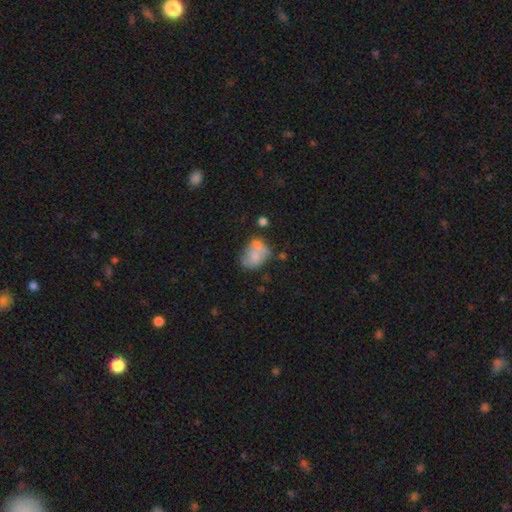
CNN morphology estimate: Smooth or featured?
  - smooth: 65% *
  - featured or disk: 26%
  - star or artifact: 10%
How rounded?
  - in between: 72% *
  - round: 26%
  - cigar-shaped: 1%
Merging?
  - none: 33% *
  - merger: 29%
  - minor disturbance: 23%
  - major disturbance: 15%